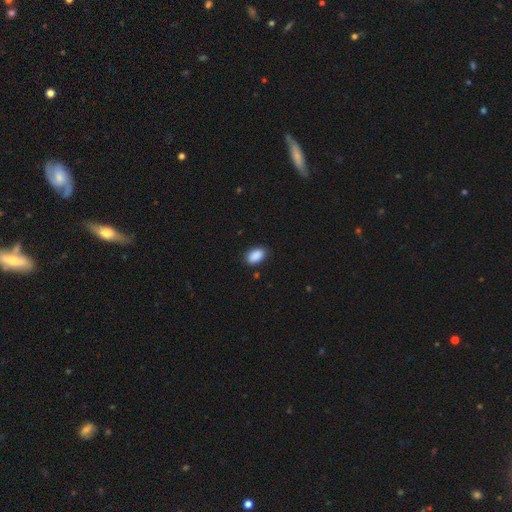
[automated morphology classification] smooth 90%, star or artifact 7%, featured or disk 3%. Down the decision tree: how rounded — in between (93%); merging — none (86%).